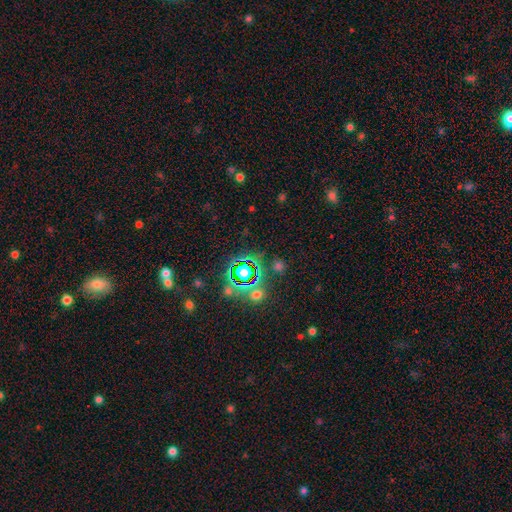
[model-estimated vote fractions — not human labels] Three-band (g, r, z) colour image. It shows a star or artifact, not a galaxy (68%).